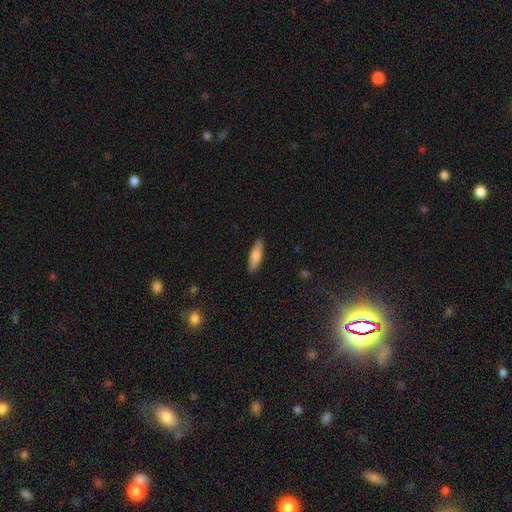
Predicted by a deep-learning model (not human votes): Smooth or featured?
  - smooth: 79% *
  - featured or disk: 15%
  - star or artifact: 6%
How rounded?
  - cigar-shaped: 55% *
  - in between: 44%
  - round: 2%
Merging?
  - none: 89% *
  - minor disturbance: 8%
  - major disturbance: 2%
  - merger: 1%